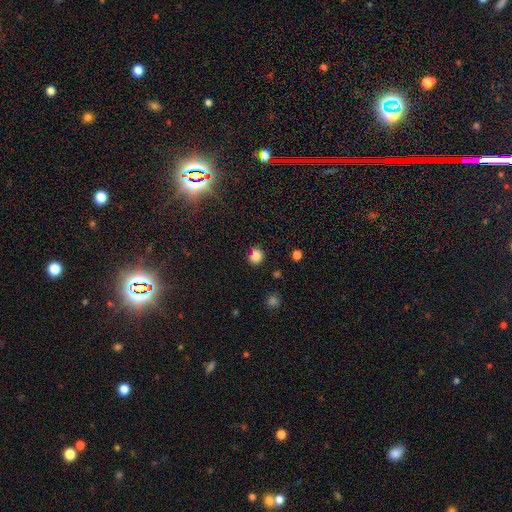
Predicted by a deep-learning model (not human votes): Smooth or featured: smooth — 82% (star or artifact — 14%)
How rounded: round — 83% (in between — 16%)
Merging: none — 77% (minor disturbance — 13%)